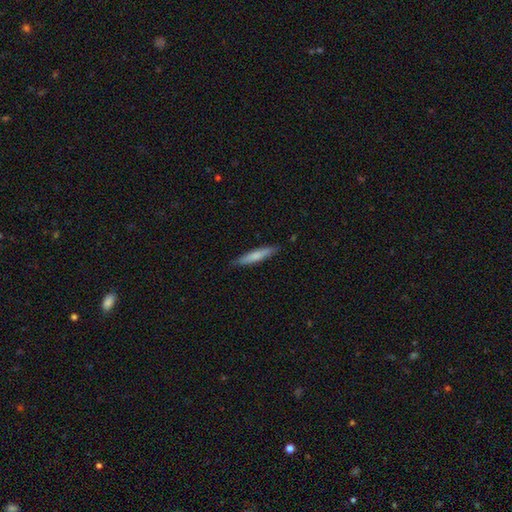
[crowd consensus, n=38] This appears to be a smooth galaxy with no disk features (74%) that is cigar-shaped (100%). Merging: none (89%).